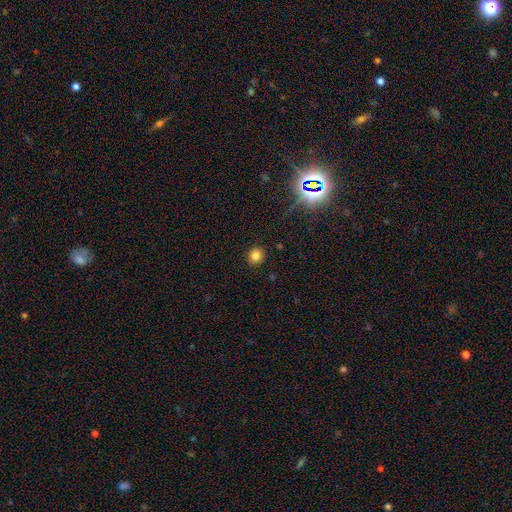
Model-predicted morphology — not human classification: A smooth galaxy with no disk features (80%) that is round (87%). Merging: none (91%).